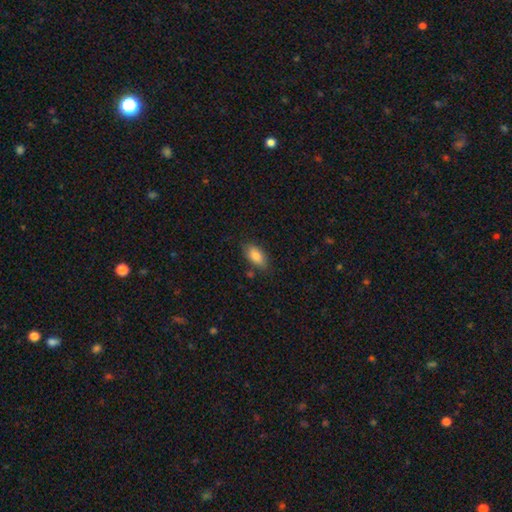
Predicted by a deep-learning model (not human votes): smooth 85%, featured or disk 8%, star or artifact 7%. Down the decision tree: how rounded — in between (91%); merging — none (78%).